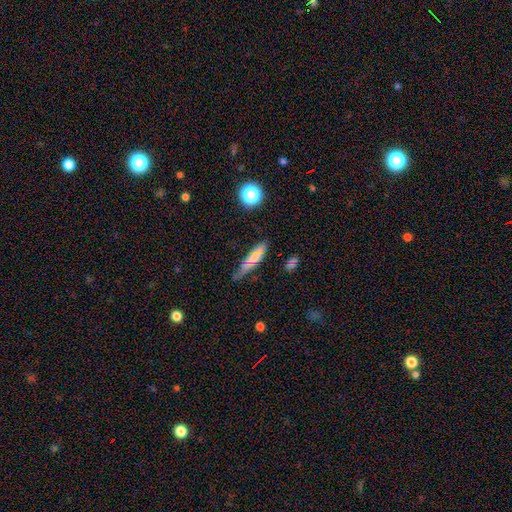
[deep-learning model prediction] Smooth or featured?
  - smooth: 56% *
  - featured or disk: 30%
  - star or artifact: 14%
How rounded?
  - cigar-shaped: 73% *
  - in between: 23%
  - round: 4%
Merging?
  - none: 63% *
  - minor disturbance: 25%
  - major disturbance: 8%
  - merger: 4%